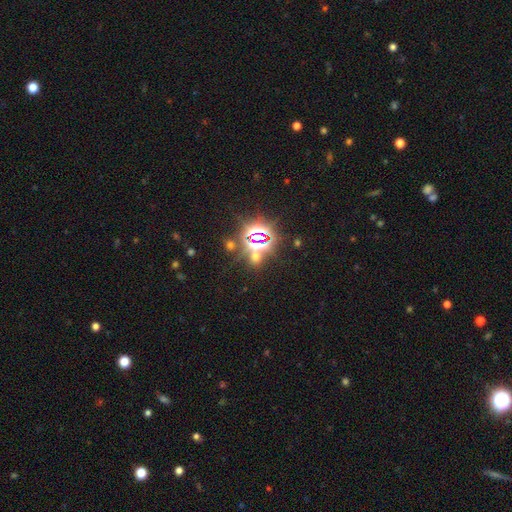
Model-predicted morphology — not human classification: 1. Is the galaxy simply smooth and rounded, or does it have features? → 66% star or artifact, 27% smooth, 7% featured or disk.